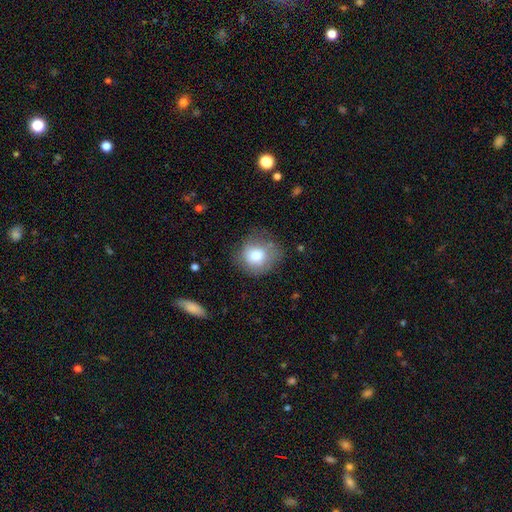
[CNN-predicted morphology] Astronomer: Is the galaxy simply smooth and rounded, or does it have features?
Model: smooth — 75%.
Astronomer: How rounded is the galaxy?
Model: round — 78%.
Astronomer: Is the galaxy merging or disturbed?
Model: none — 62%.